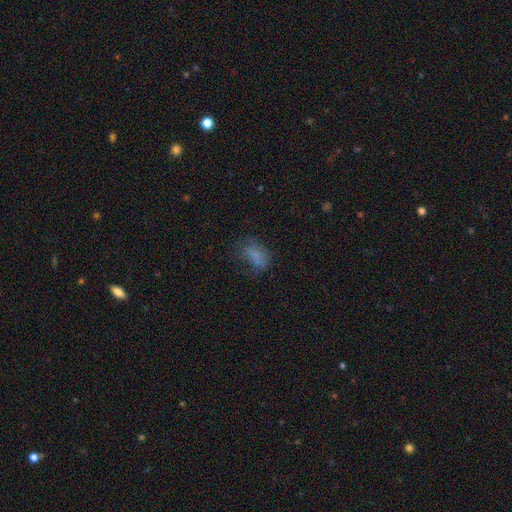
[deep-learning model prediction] Smooth or featured? Predicted: smooth (p=0.67). How rounded? Predicted: in between (p=0.86). Merging? Predicted: none (p=0.43).